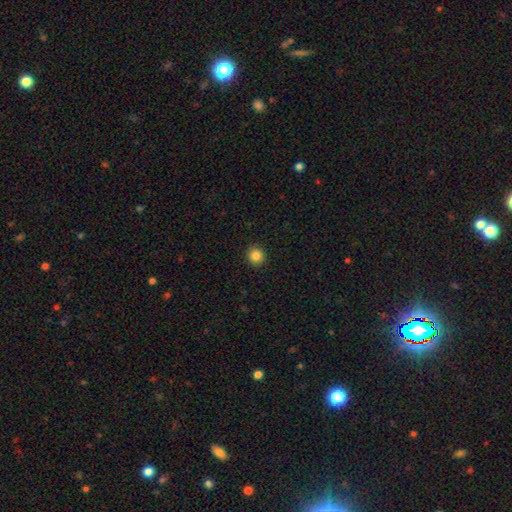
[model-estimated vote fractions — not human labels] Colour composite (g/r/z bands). It shows a smooth galaxy with no disk features (85%) that is round (91%). Merging: none (92%).